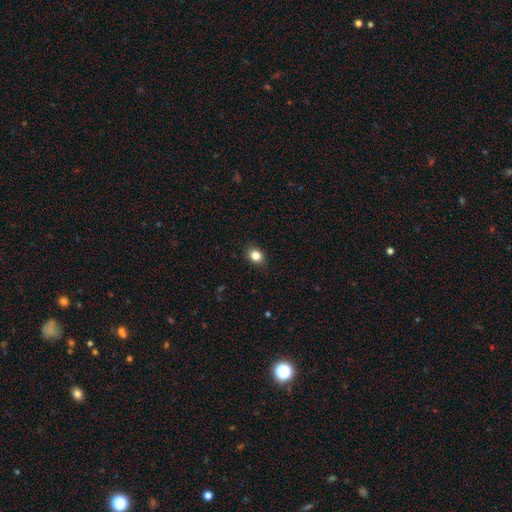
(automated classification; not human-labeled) This appears to be a smooth galaxy with no disk features (83%) that is round (53%). Merging: none (88%).